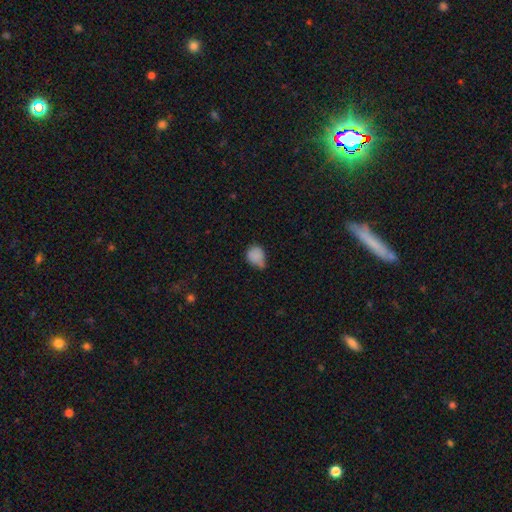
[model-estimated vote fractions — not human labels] The model was most divided on "merging": minor disturbance: 45%, none: 34%, major disturbance: 13%, merger: 7%. More confident: smooth or featured — smooth (82%); how rounded — round (60%).